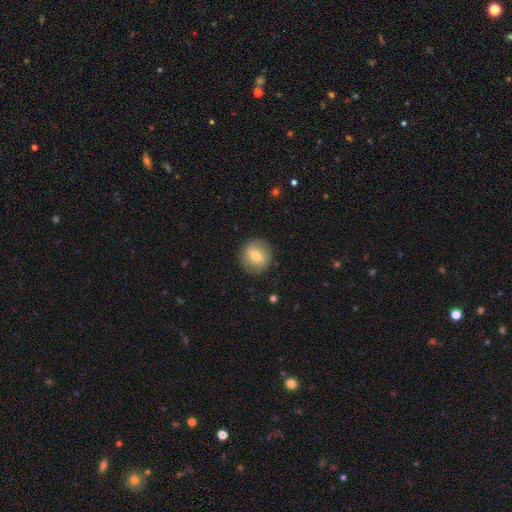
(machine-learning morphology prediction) A smooth galaxy with no disk features (62%) that is round (88%).

Vote fractions:
- Smooth or featured? smooth: 62% / featured or disk: 30% / star or artifact: 8%
- How rounded? round: 88% / in between: 10% / cigar-shaped: 1%
- Merging? none: 87% / minor disturbance: 9% / major disturbance: 3% / merger: 1%